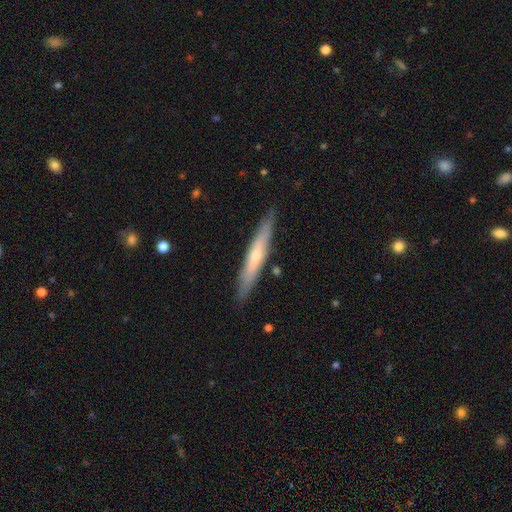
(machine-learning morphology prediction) A smooth galaxy with no disk features (48%).

Vote fractions:
- Smooth or featured? smooth: 48% / featured or disk: 46% / star or artifact: 6%
- Merging? none: 88% / minor disturbance: 9% / major disturbance: 2% / merger: 1%